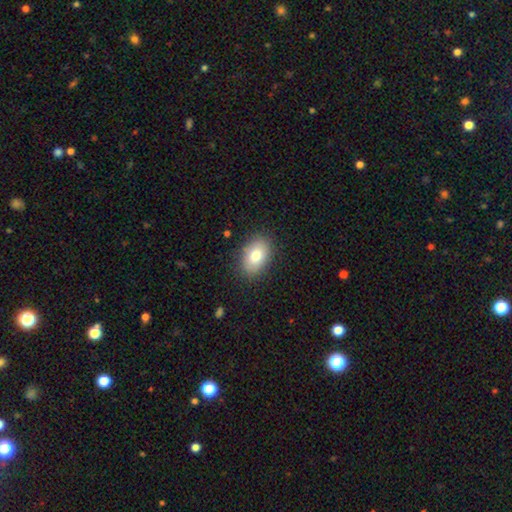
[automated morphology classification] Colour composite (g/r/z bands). It shows a smooth galaxy with no disk features (80%) that is in between round and cigar-shaped (85%). Merging: none (86%).